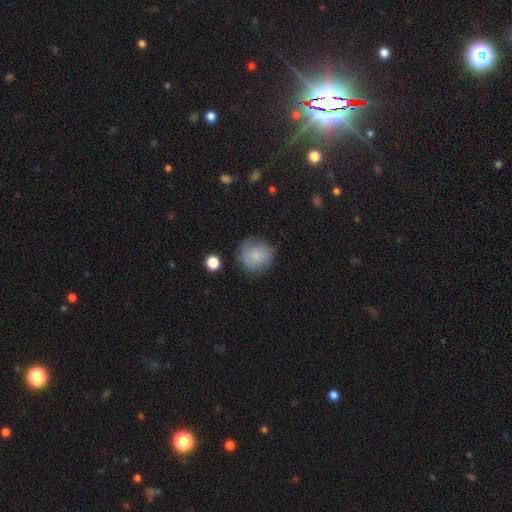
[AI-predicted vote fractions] Smooth or featured? smooth (78%)
How rounded? round (87%)
Merging? none (69%)